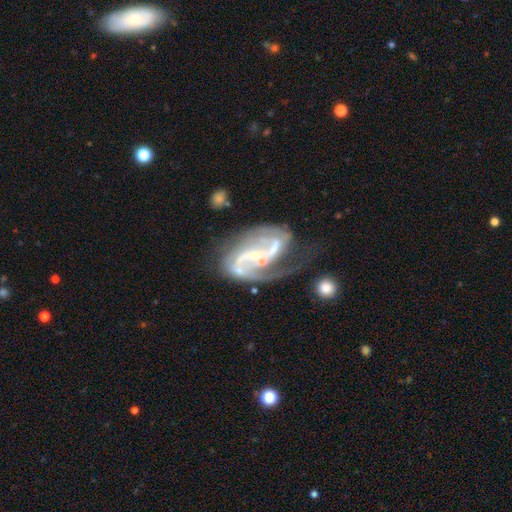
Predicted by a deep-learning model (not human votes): Smooth or featured: featured or disk — 87% (star or artifact — 7%)
Edge-on disk: no — 98% (yes — 2%)
Bar: weak — 39% (no — 36%)
Spiral arms: yes — 91% (no — 9%)
Spiral winding: loose — 48% (medium — 40%)
Spiral arm count: 2 — 70% (1 — 11%)
Bulge size: small — 59% (moderate — 21%)
Merging: major disturbance — 33% (none — 29%)